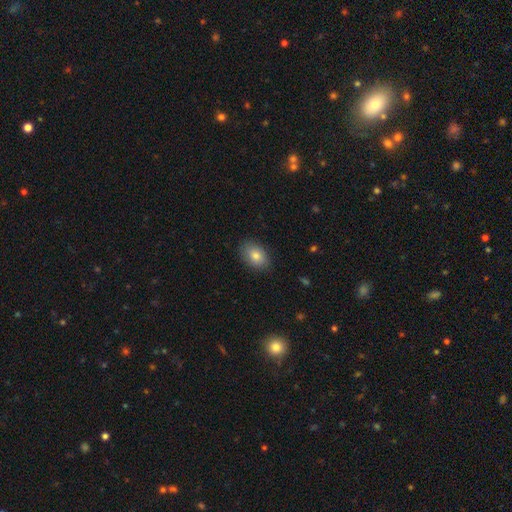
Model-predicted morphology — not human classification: A smooth galaxy with no disk features (81%) that is in between round and cigar-shaped (81%). Merging: none (85%).